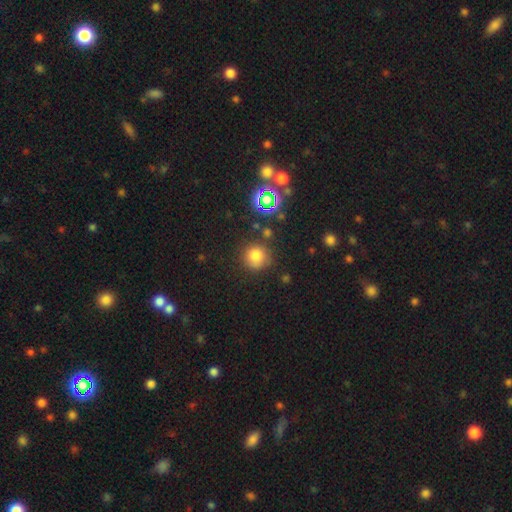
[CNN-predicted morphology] A smooth galaxy with no disk features (76%) that is round (92%). Merging: none (76%).